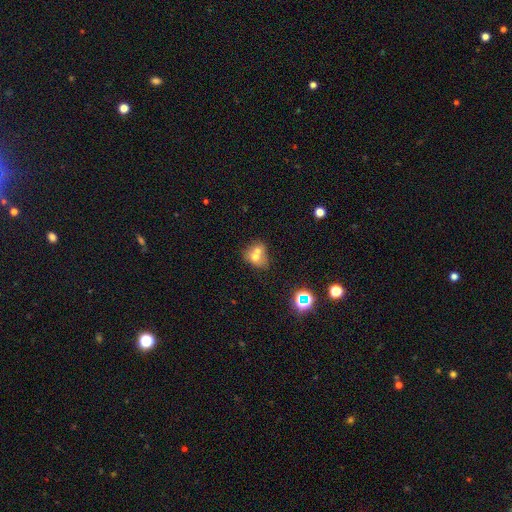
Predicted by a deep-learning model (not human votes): smooth-or-featured: smooth: 64% | featured or disk: 23% | star or artifact: 13%
  how-rounded: round: 58% | in between: 41% | cigar-shaped: 1%
  merging: merger: 61% | none: 26% | minor disturbance: 9% | major disturbance: 4%